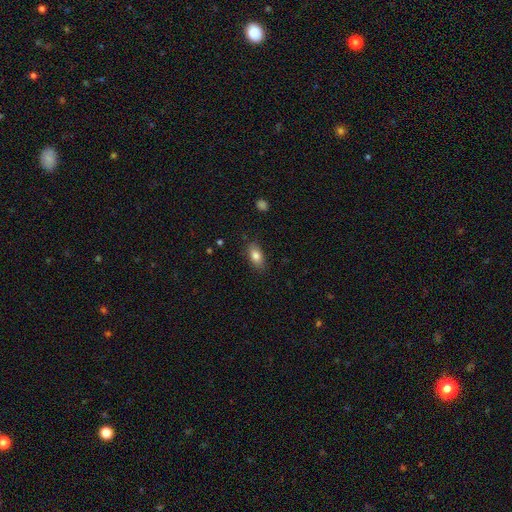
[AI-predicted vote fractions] A smooth galaxy with no disk features (83%) that is in between round and cigar-shaped (88%). Merging: none (84%).